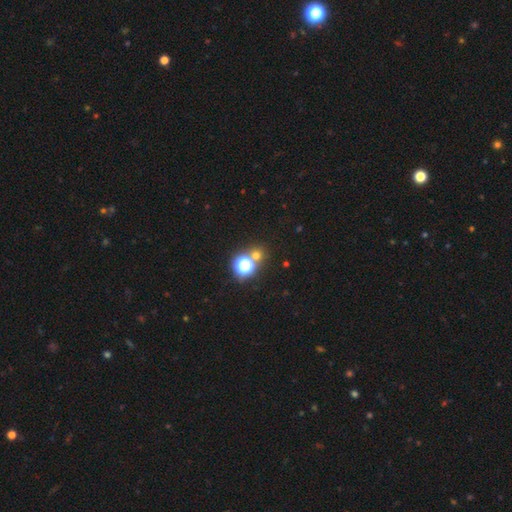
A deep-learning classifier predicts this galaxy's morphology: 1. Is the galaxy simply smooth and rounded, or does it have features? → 55% smooth, 38% star or artifact, 7% featured or disk.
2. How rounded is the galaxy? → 89% round, 10% in between, 1% cigar-shaped.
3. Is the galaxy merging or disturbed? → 70% none, 19% merger, 7% minor disturbance, 3% major disturbance.